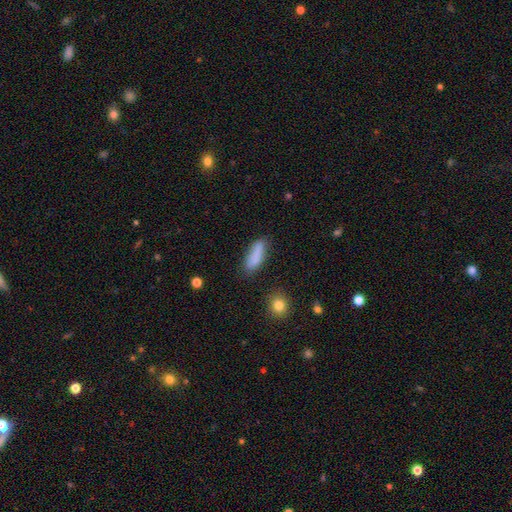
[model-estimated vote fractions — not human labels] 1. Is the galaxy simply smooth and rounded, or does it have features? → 85% smooth, 8% featured or disk, 8% star or artifact.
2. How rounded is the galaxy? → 55% in between, 43% cigar-shaped, 2% round.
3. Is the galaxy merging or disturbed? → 75% none, 17% minor disturbance, 4% major disturbance, 3% merger.